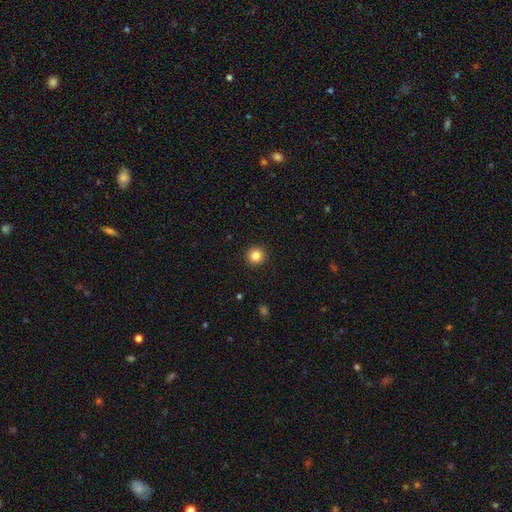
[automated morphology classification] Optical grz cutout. It shows a smooth galaxy with no disk features (84%) that is round (95%). Merging: none (93%).